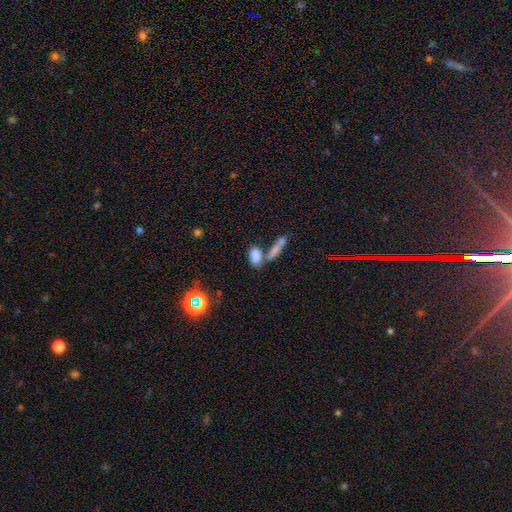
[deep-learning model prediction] smooth 80%, star or artifact 11%, featured or disk 10%. Down the decision tree: how rounded — in between (76%); merging — none (44%).